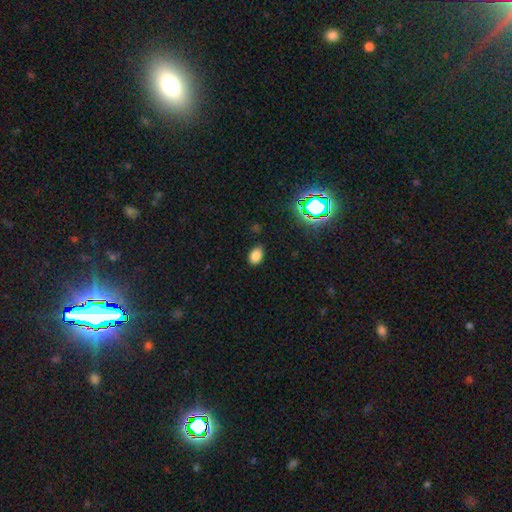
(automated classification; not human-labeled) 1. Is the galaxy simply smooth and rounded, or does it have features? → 81% smooth, 14% star or artifact, 5% featured or disk.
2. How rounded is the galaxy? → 84% in between, 14% round, 1% cigar-shaped.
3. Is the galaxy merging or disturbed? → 84% none, 12% minor disturbance, 3% major disturbance, 1% merger.